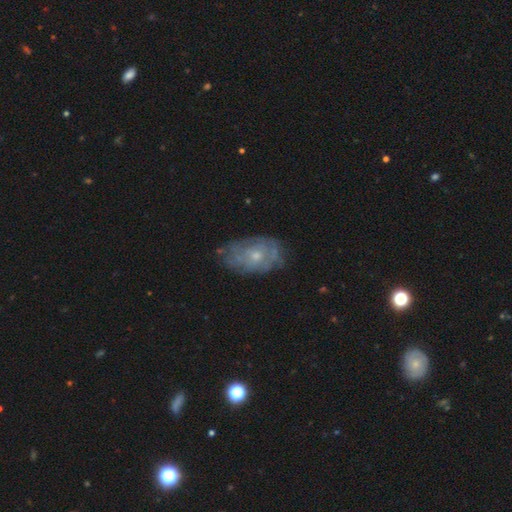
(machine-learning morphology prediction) This is possibly a featured or disk galaxy (59%). It is clearly not viewed edge-on (94%). Bar: clearly no (85%). Spiral arm pattern: possibly no (51%). Central bulge: possibly small (57%). Merging: likely none (65%).